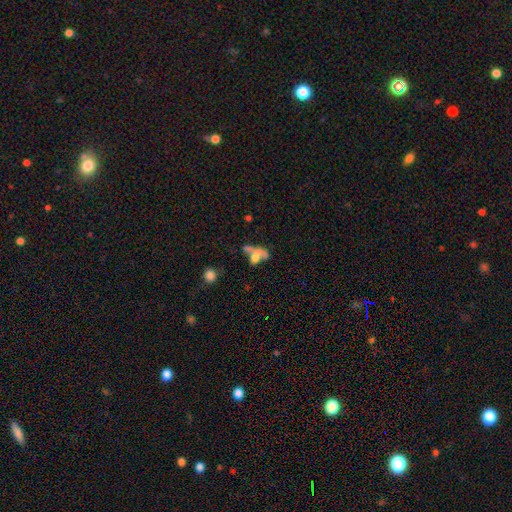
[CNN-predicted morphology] This appears to be a smooth galaxy with no disk features (51%) that is in between round and cigar-shaped (72%). Merging: merger (46%).